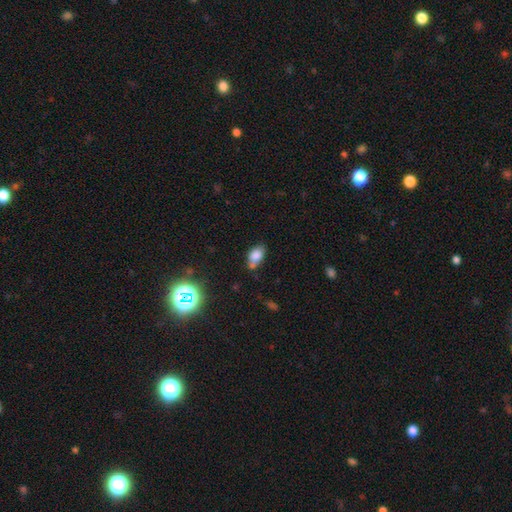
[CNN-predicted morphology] The model was most divided on "merging": none: 53%, minor disturbance: 25%, merger: 16%, major disturbance: 6%. More confident: how rounded — in between (87%); smooth or featured — smooth (79%).